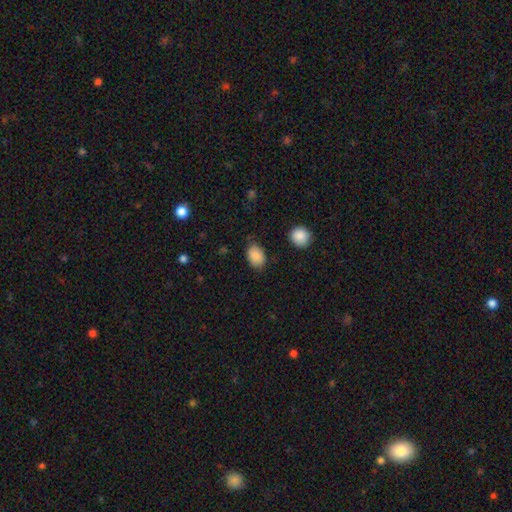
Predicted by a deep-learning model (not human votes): Morphology: type=smooth (88%); roundness=in between (77%); merging=none (81%).